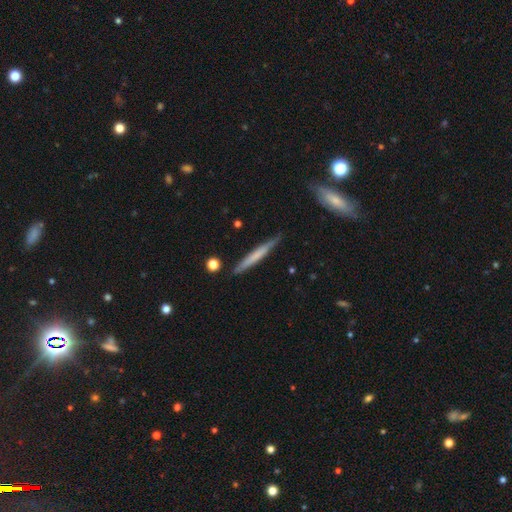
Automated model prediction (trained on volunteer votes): Smooth or featured? Predicted: smooth (p=0.54). How rounded? Predicted: cigar-shaped (p=0.96). Merging? Predicted: none (p=0.84).